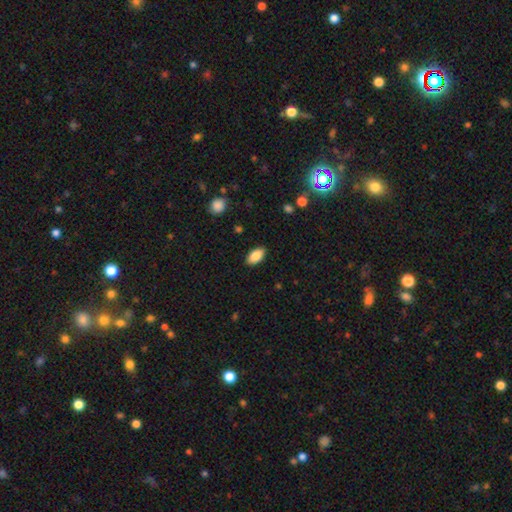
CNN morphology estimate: Overall: smooth (86%). How rounded: in between (93%). Merging: none (89%).